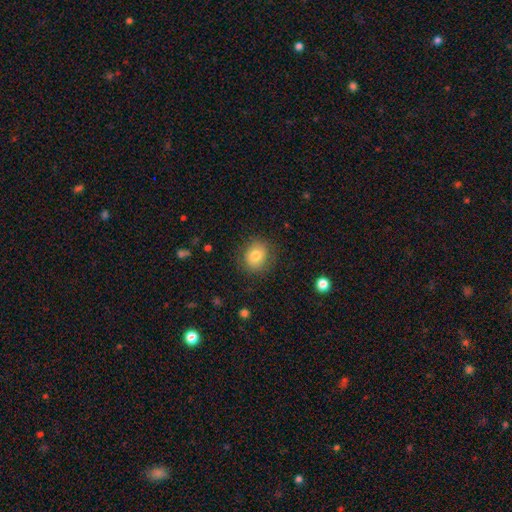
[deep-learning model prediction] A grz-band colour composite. It shows a smooth galaxy with no disk features (78%) that is round (74%). Merging: none (82%).